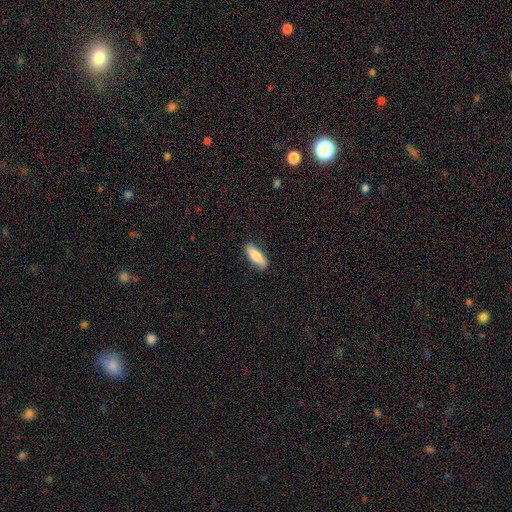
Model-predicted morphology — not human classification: This appears to be a smooth galaxy with no disk features (75%) that is in between round and cigar-shaped (55%). Merging: none (81%).